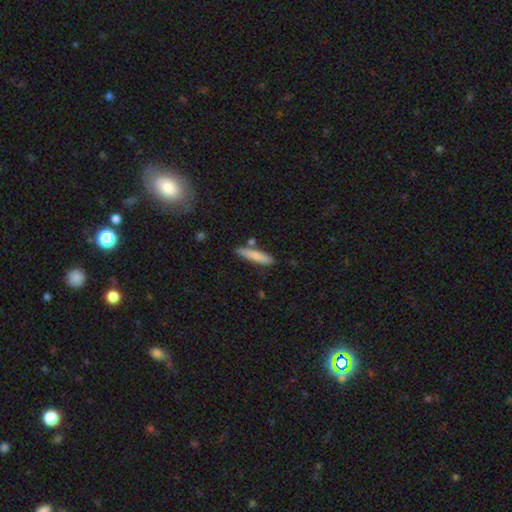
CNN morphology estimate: Overall: smooth (79%). How rounded: cigar-shaped (86%). Merging: none (79%).